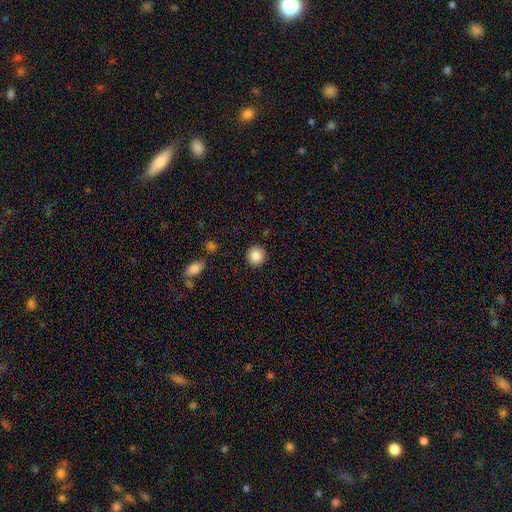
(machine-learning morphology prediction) This appears to be a smooth galaxy with no disk features (87%) that is round (94%). Merging: none (90%).